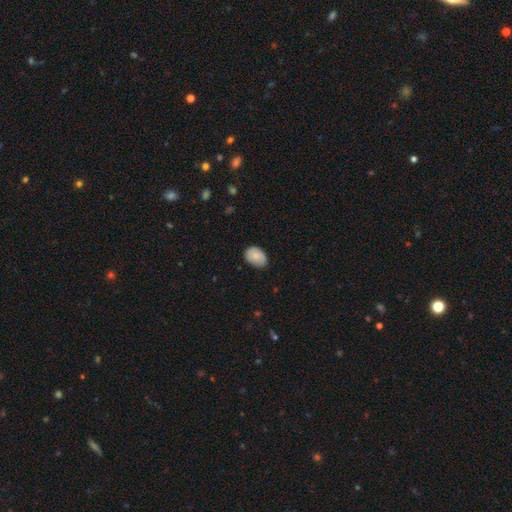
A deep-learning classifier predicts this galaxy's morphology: This is likely a smooth galaxy (79%). How rounded: likely in between (77%). Merging: likely none (78%).